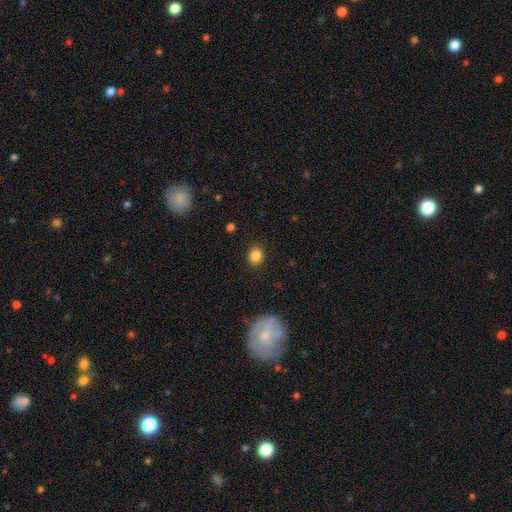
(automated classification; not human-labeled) Smooth or featured? Predicted: smooth (p=0.85). How rounded? Predicted: round (p=0.54). Merging? Predicted: none (p=0.88).